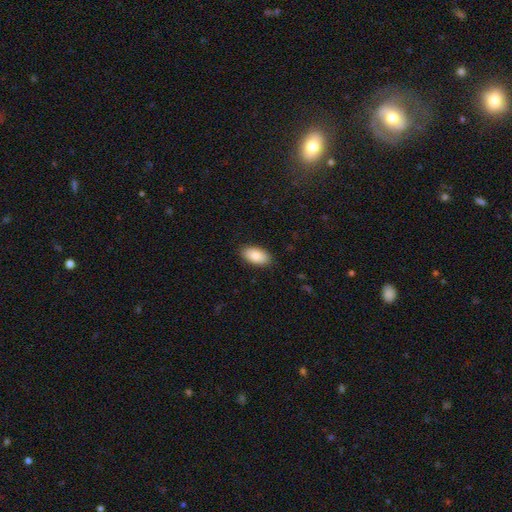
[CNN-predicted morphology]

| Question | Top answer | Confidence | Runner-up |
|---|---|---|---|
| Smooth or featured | smooth | 85% | featured or disk (8%) |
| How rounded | in between | 94% | round (3%) |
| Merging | none | 88% | minor disturbance (9%) |